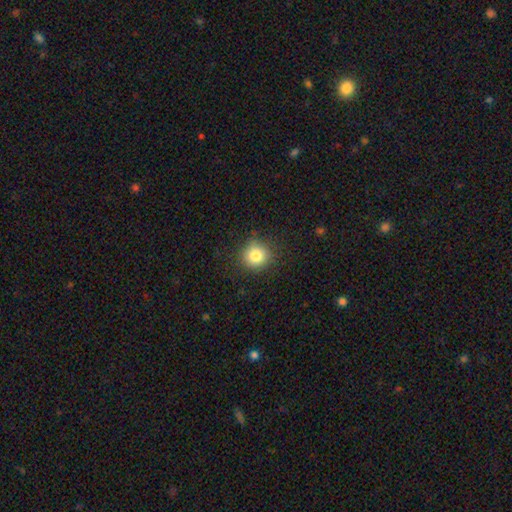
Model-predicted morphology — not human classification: This is clearly a smooth galaxy (82%). How rounded: clearly round (91%). Merging: clearly none (87%).